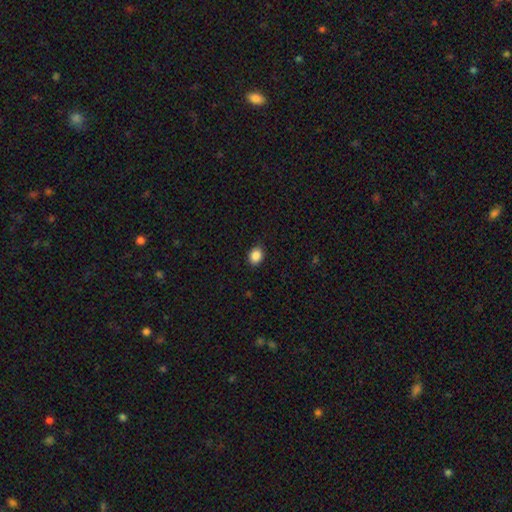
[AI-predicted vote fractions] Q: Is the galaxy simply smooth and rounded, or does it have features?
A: smooth — 88%.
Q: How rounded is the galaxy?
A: round — 54%.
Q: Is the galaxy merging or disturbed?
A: none — 87%.